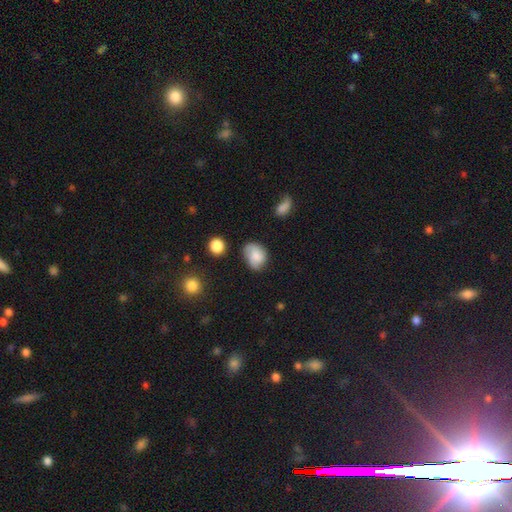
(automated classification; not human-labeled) Smooth or featured?
  - smooth: 62% *
  - featured or disk: 29%
  - star or artifact: 9%
How rounded?
  - in between: 62% *
  - round: 37%
  - cigar-shaped: 1%
Merging?
  - none: 58% *
  - minor disturbance: 29%
  - major disturbance: 10%
  - merger: 4%